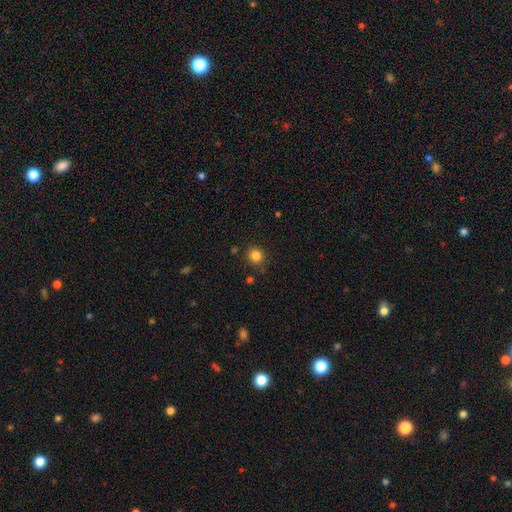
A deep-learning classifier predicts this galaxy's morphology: The model was most divided on "smooth or featured": smooth: 83%, star or artifact: 12%, featured or disk: 5%. More confident: how rounded — round (90%); merging — none (85%).